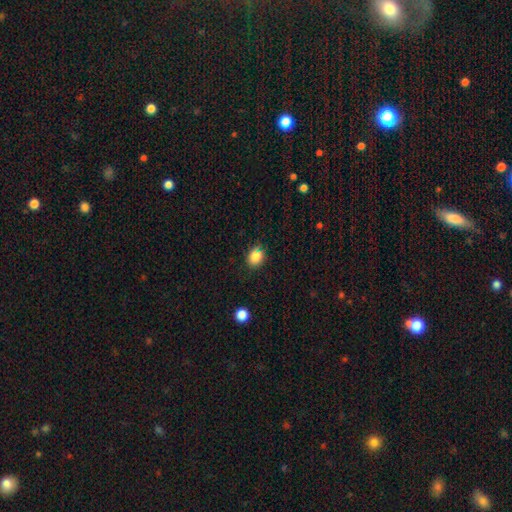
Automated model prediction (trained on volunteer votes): smooth 84%, star or artifact 12%, featured or disk 4%. Down the decision tree: how rounded — round (56%); merging — none (79%).